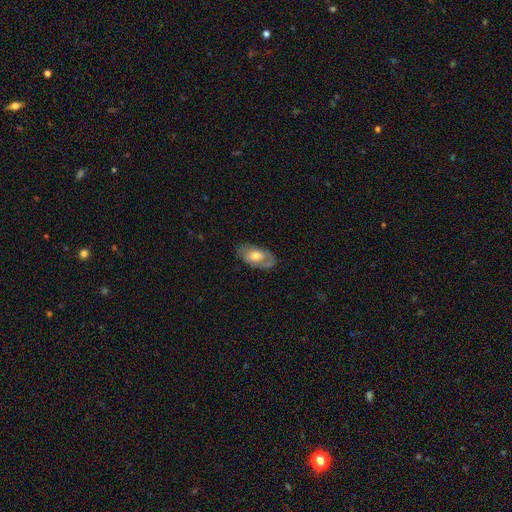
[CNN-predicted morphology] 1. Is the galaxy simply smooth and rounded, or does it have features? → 49% smooth, 45% featured or disk, 6% star or artifact.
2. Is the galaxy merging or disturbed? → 73% none, 19% minor disturbance, 7% major disturbance, 1% merger.